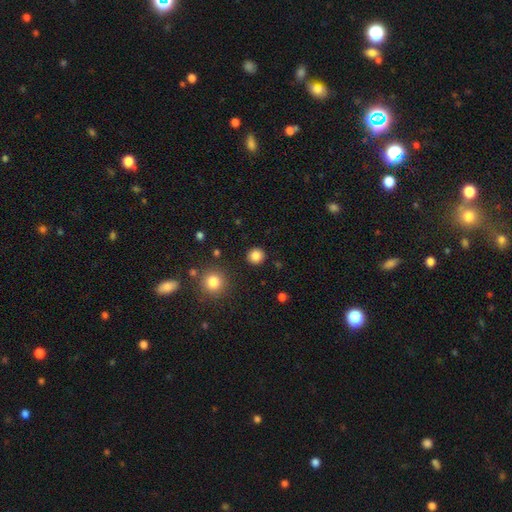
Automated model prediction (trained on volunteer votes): Q: Smooth or featured?
A: smooth (84%); runner-up: star or artifact (11%)
Q: How rounded?
A: round (93%); runner-up: in between (6%)
Q: Merging?
A: none (91%); runner-up: minor disturbance (5%)